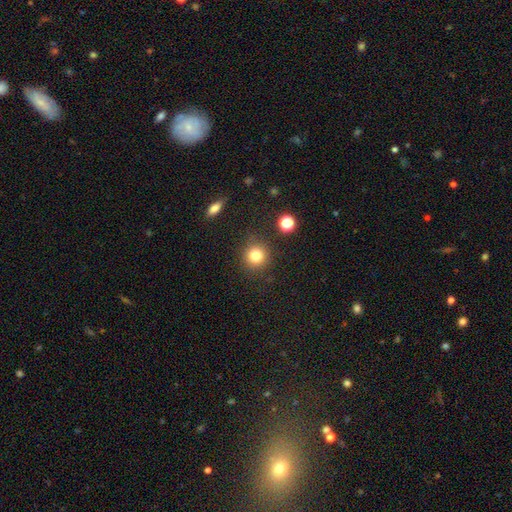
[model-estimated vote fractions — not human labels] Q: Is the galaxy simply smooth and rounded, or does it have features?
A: smooth — 81%.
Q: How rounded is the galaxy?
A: round — 91%.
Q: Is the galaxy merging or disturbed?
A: none — 85%.